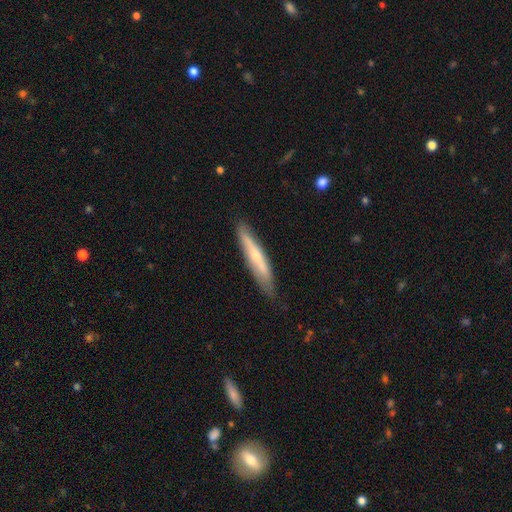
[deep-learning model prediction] A featured or disk galaxy (49%).

Vote fractions:
- Smooth or featured? featured or disk: 49% / smooth: 46% / star or artifact: 6%
- Merging? none: 79% / minor disturbance: 17% / major disturbance: 3% / merger: 1%